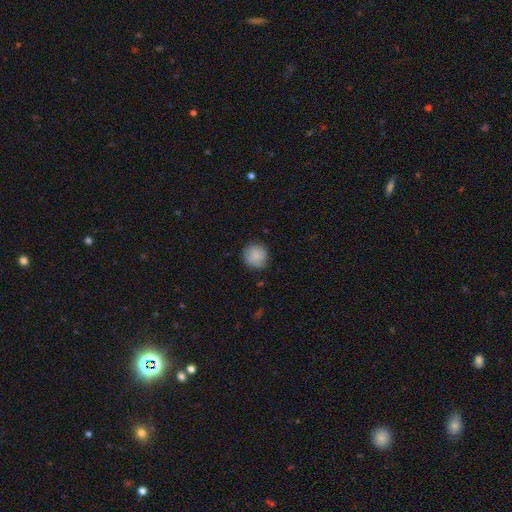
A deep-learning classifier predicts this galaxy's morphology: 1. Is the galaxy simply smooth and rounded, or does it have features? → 84% smooth, 9% featured or disk, 7% star or artifact.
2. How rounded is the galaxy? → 93% round, 6% in between, 1% cigar-shaped.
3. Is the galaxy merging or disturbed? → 80% none, 15% minor disturbance, 3% major disturbance, 1% merger.